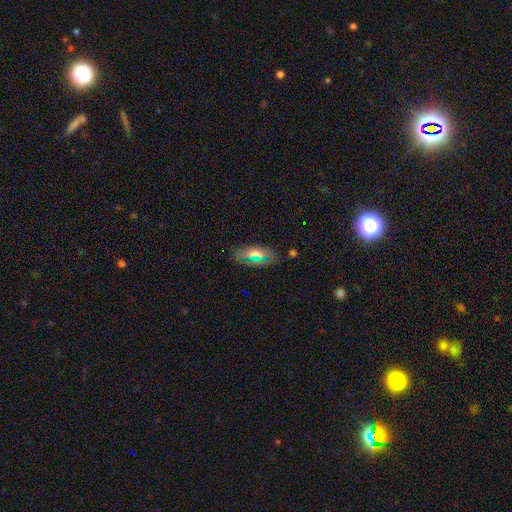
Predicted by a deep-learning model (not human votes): Overall: smooth (58%; featured or disk 24%). How rounded: in between (82%). Merging: none (81%).